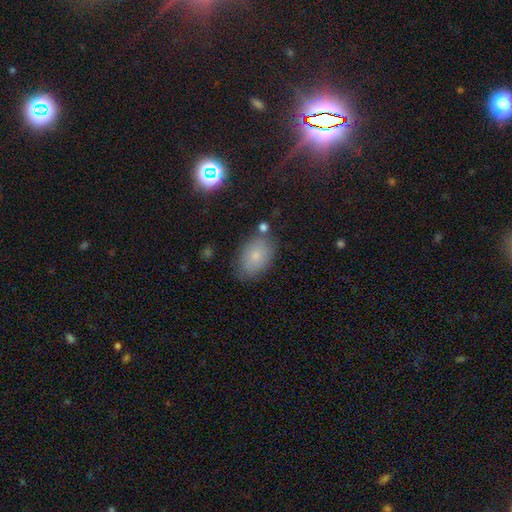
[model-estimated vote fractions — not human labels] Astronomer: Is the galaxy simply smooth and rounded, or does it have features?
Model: smooth — 76%.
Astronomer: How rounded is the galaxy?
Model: in between — 85%.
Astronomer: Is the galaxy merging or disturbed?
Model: none — 75%.